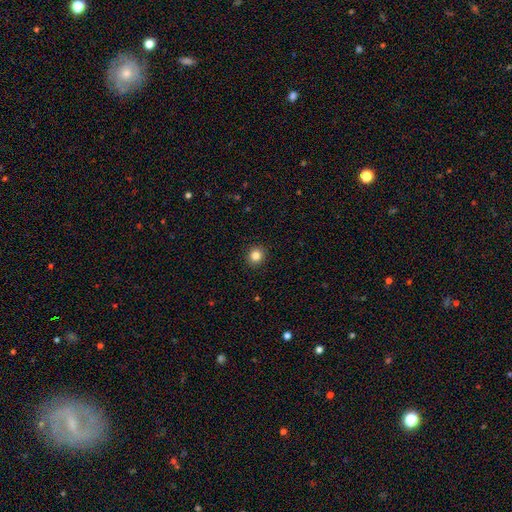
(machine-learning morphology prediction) This is clearly a smooth galaxy (84%). How rounded: clearly round (86%). Merging: clearly none (92%).